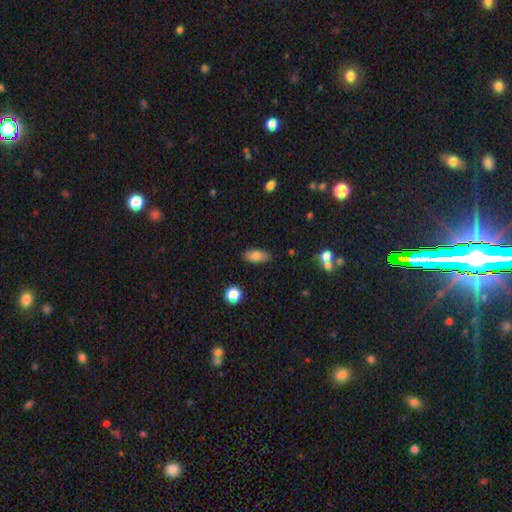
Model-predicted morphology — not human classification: This appears to be a smooth galaxy with no disk features (81%) that is in between round and cigar-shaped (85%). Merging: none (84%).